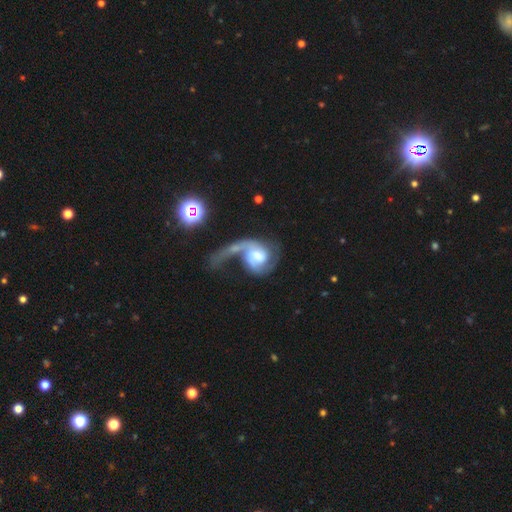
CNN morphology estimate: Smooth or featured? featured or disk (79%)
Edge-on disk? no (98%)
Bar? no (54%)
Spiral arms? yes (93%)
Spiral winding? loose (47%)
Spiral arm count? 2 (48%)
Bulge size? moderate (43%)
Merging? major disturbance (47%)